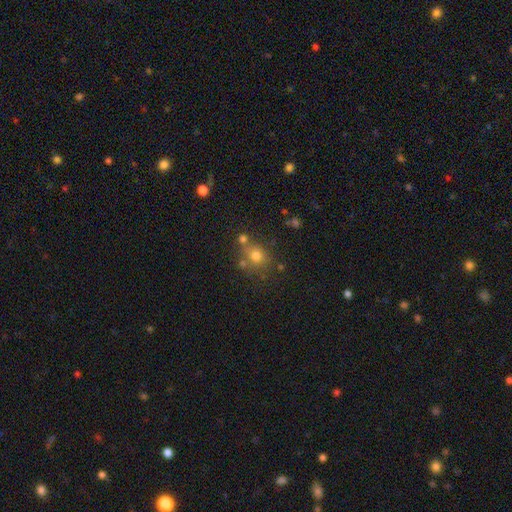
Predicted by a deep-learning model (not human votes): Smooth or featured?
  - smooth: 70% *
  - star or artifact: 17%
  - featured or disk: 12%
How rounded?
  - round: 77% *
  - in between: 22%
  - cigar-shaped: 1%
Merging?
  - none: 62% *
  - merger: 20%
  - minor disturbance: 13%
  - major disturbance: 5%